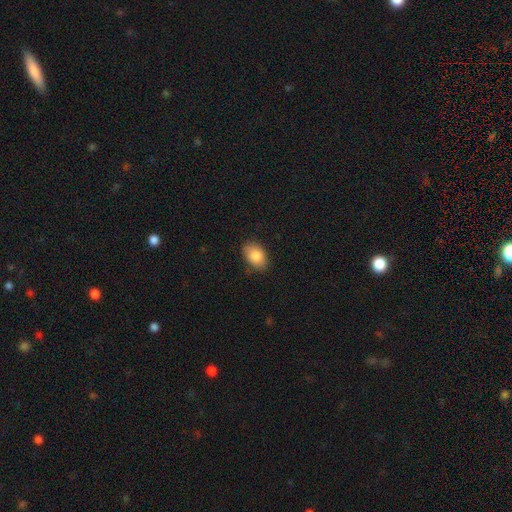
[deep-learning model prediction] This is clearly a smooth galaxy (86%). How rounded: clearly in between (83%). Merging: clearly none (81%).